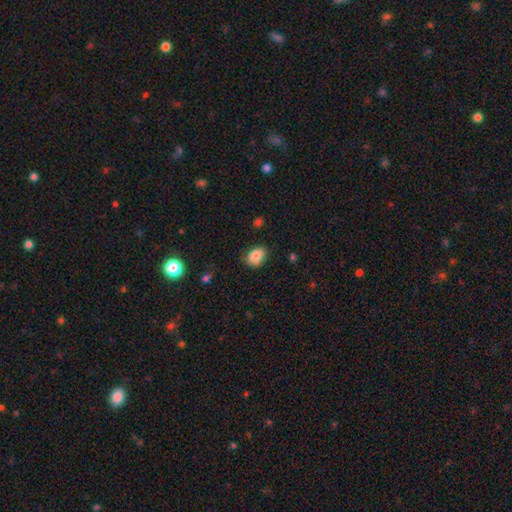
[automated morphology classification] Smooth or featured? smooth (84%)
How rounded? in between (75%)
Merging? none (75%)